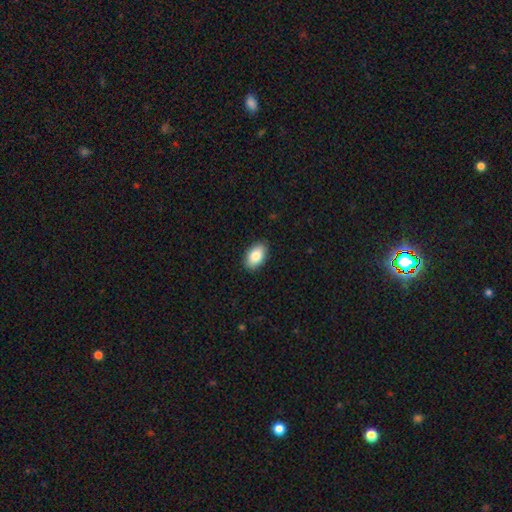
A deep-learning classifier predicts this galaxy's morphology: Smooth or featured? smooth (85%)
How rounded? in between (92%)
Merging? none (89%)